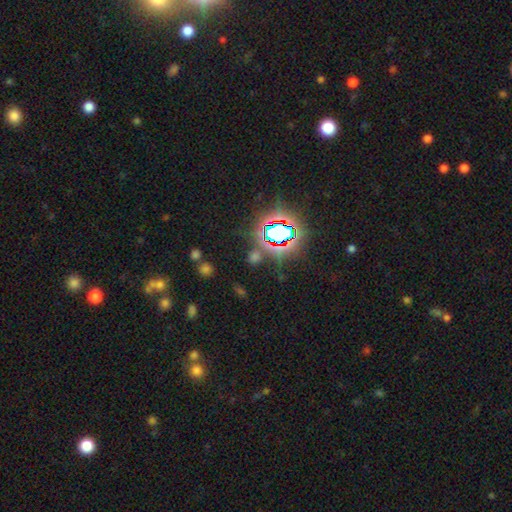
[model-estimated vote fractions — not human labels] Smooth or featured?
  - star or artifact: 62% *
  - smooth: 30%
  - featured or disk: 8%